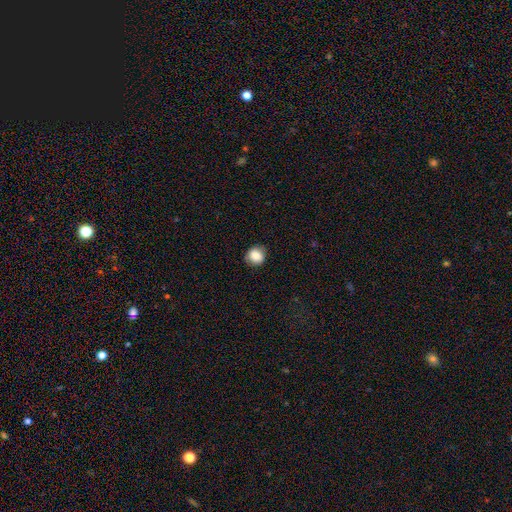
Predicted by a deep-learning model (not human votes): Smooth or featured?
  - smooth: 85% *
  - star or artifact: 9%
  - featured or disk: 6%
How rounded?
  - round: 84% *
  - in between: 15%
  - cigar-shaped: 1%
Merging?
  - none: 82% *
  - minor disturbance: 14%
  - major disturbance: 3%
  - merger: 1%